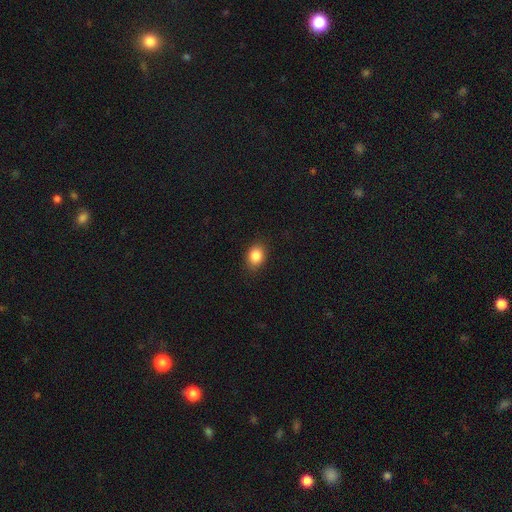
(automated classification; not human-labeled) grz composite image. It shows a smooth galaxy with no disk features (86%) that is in between round and cigar-shaped (59%). Merging: none (86%).